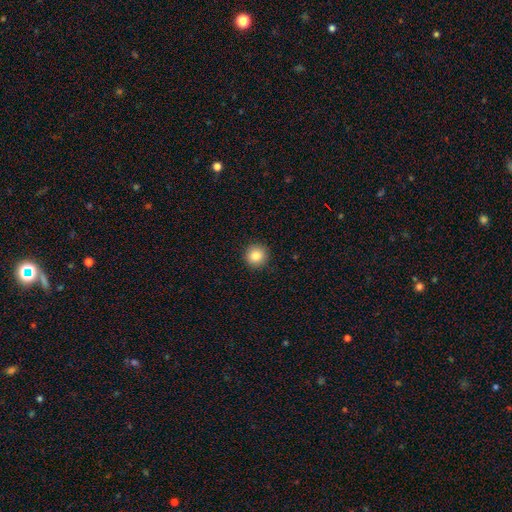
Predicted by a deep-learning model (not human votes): A smooth galaxy with no disk features (85%) that is round (94%). Merging: none (92%).